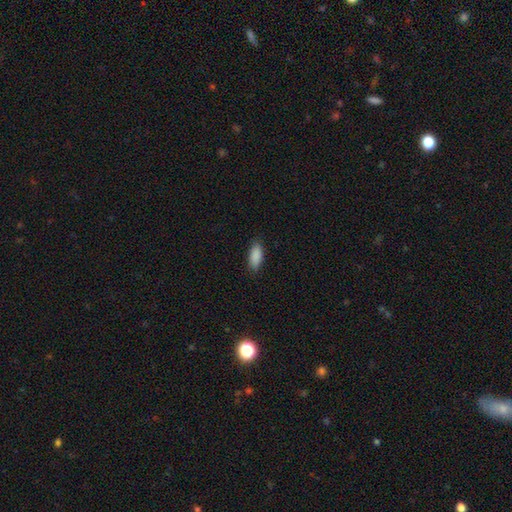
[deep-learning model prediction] This appears to be a smooth galaxy with no disk features (90%) that is in between round and cigar-shaped (85%). Merging: none (86%).